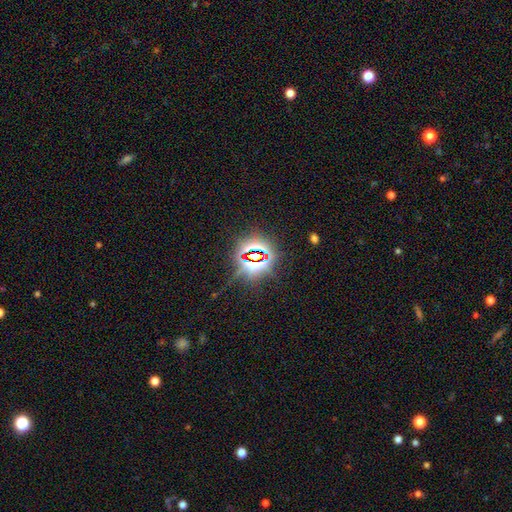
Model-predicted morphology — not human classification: Overall: star or artifact (81%).